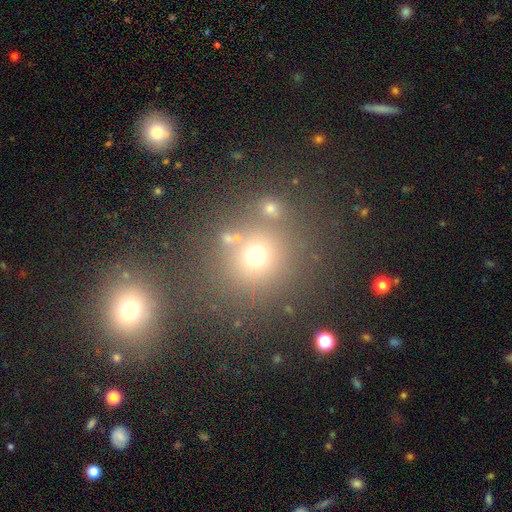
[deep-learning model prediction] This appears to be a smooth galaxy with no disk features (68%) that is round (88%). Merging: none (70%).